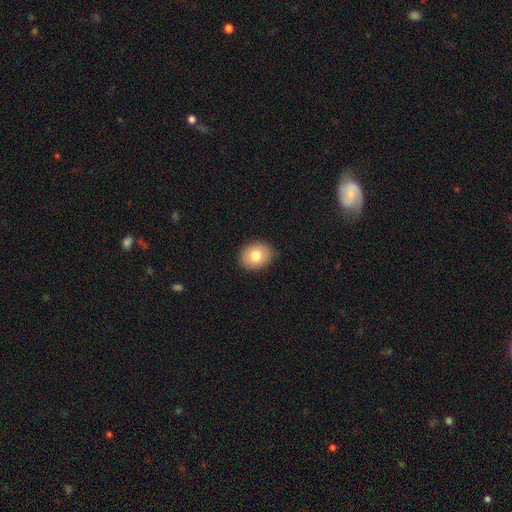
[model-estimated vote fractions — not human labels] smooth 79%, featured or disk 13%, star or artifact 9%. Down the decision tree: how rounded — in between (52%); merging — none (86%).